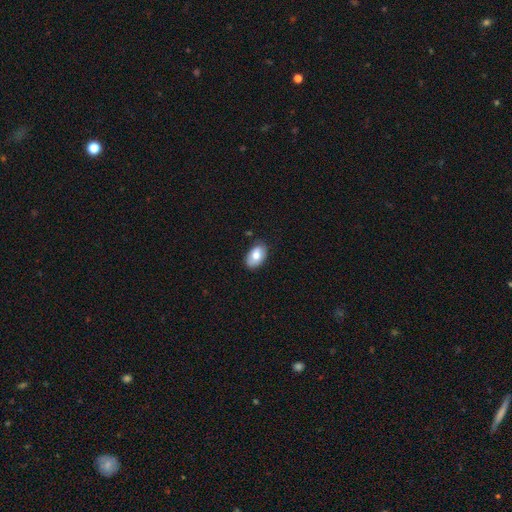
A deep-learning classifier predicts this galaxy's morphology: This is likely a smooth galaxy (78%). How rounded: clearly in between (92%). Merging: likely none (79%).